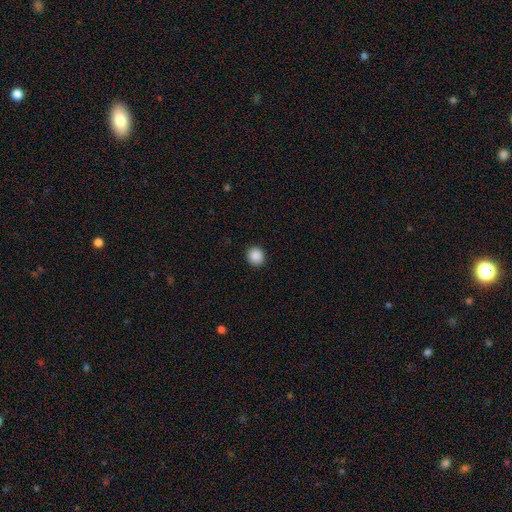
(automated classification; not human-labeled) Smooth or featured? smooth (88%)
How rounded? round (88%)
Merging? none (92%)